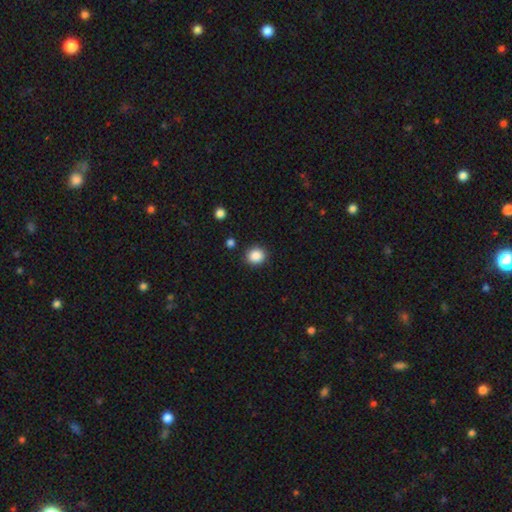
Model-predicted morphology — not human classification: The model was most divided on "how rounded": round: 83%, in between: 16%, cigar-shaped: 1%. More confident: merging — none (88%); smooth or featured — smooth (87%).